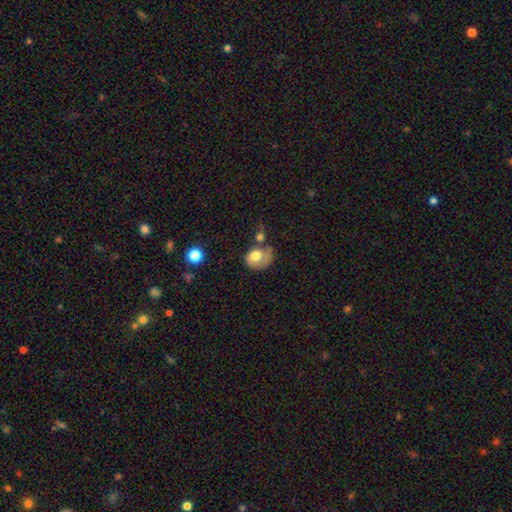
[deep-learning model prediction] This is likely a smooth galaxy (71%). How rounded: possibly in between (56%). Merging: marginally none (29%).